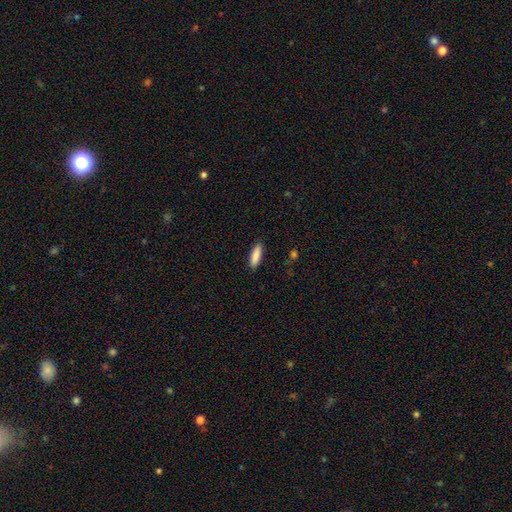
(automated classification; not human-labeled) Smooth or featured? smooth (89%)
How rounded? cigar-shaped (50%)
Merging? none (88%)